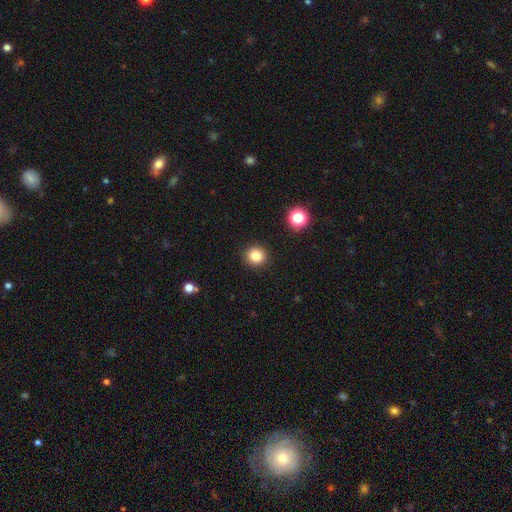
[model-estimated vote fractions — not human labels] Smooth or featured? Predicted: smooth (p=0.83). How rounded? Predicted: round (p=0.92). Merging? Predicted: none (p=0.92).